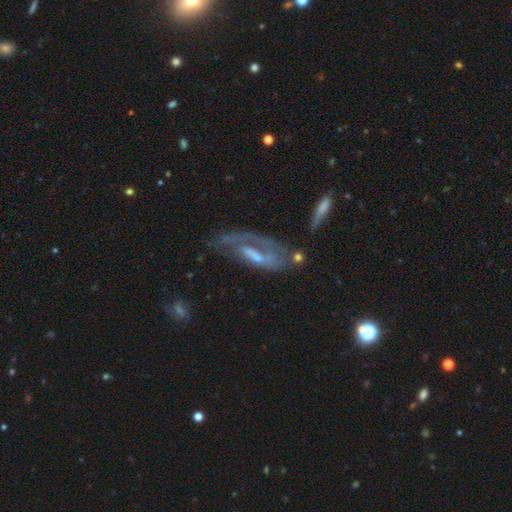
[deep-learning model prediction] A featured or disk galaxy (68%) with no bar (41%), spiral arms (62%) and a small central bulge (38%).

Vote fractions:
- Smooth or featured? featured or disk: 68% / smooth: 23% / star or artifact: 9%
- Edge-on disk? no: 84% / yes: 16%
- Bar? no: 41% / weak: 38% / strong: 21%
- Spiral arms? yes: 62% / no: 38%
- Bulge size? small: 38% / moderate: 33% / none: 21% / large: 6% / dominant: 2%
- Merging? none: 35% (tied) / major disturbance: 35% (tied) / minor disturbance: 20% / merger: 9%